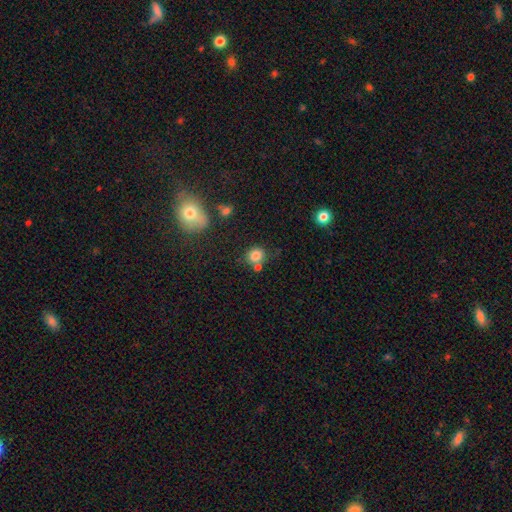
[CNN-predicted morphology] Smooth or featured? Predicted: smooth (p=0.81). How rounded? Predicted: round (p=0.82). Merging? Predicted: none (p=0.65).